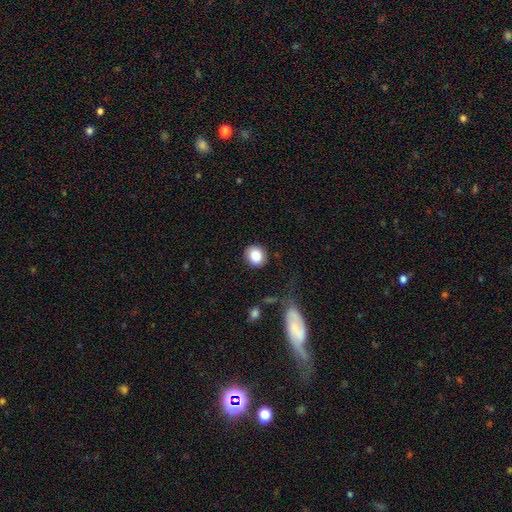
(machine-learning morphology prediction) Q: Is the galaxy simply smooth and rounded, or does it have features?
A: smooth — 87%.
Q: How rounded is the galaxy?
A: round — 78%.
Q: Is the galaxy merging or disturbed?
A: none — 84%.